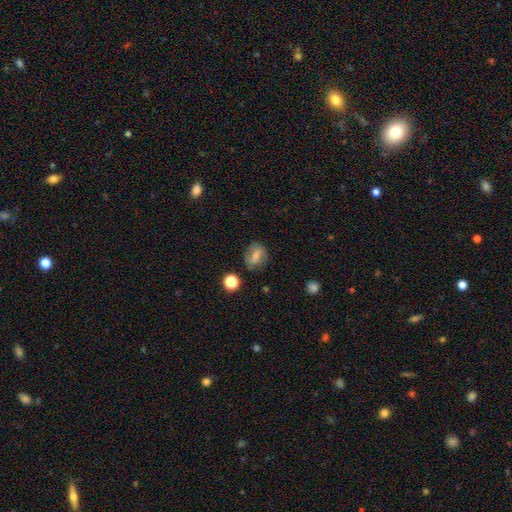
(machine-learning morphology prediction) A smooth galaxy with no disk features (48%). Merging: none (73%).